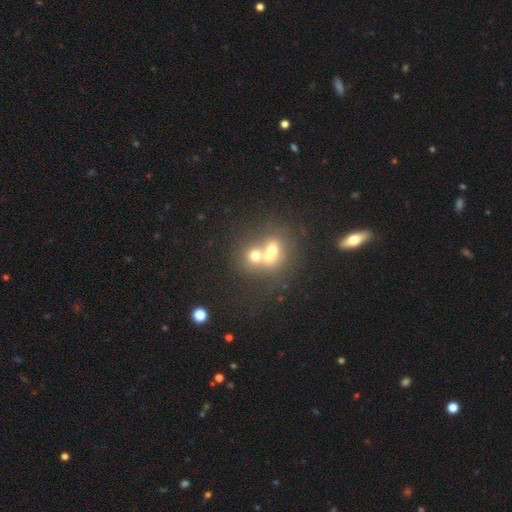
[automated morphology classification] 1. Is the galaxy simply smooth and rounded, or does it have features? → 59% smooth, 27% featured or disk, 14% star or artifact.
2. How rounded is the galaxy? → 71% round, 28% in between, 1% cigar-shaped.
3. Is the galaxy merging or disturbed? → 68% merger, 24% none, 5% minor disturbance, 3% major disturbance.